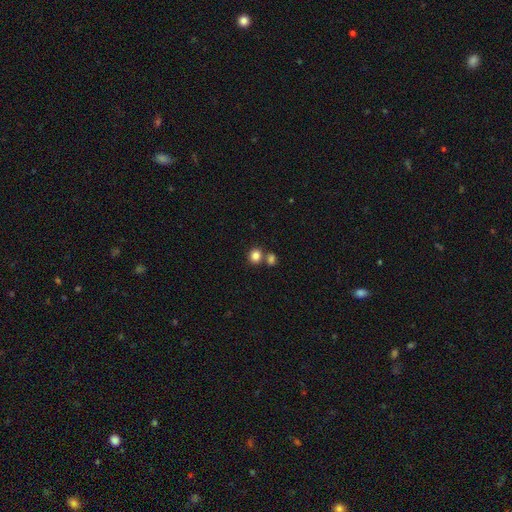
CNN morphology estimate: Q: Smooth or featured?
A: smooth (84%); runner-up: star or artifact (10%)
Q: How rounded?
A: round (72%); runner-up: in between (27%)
Q: Merging?
A: none (57%); runner-up: merger (32%)